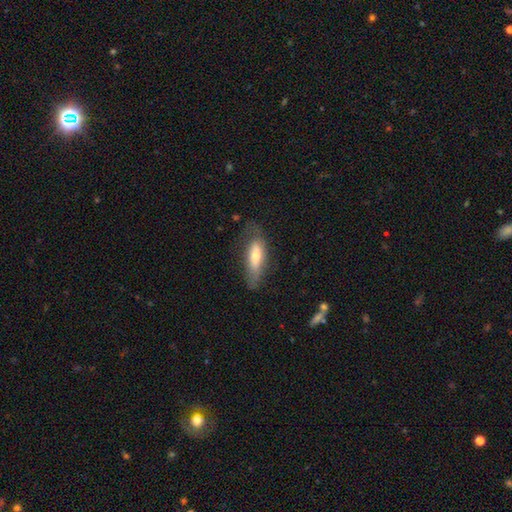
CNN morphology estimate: Smooth or featured: smooth — 54% (featured or disk — 38%)
How rounded: in between — 53% (cigar-shaped — 45%)
Merging: none — 62% (minor disturbance — 25%)